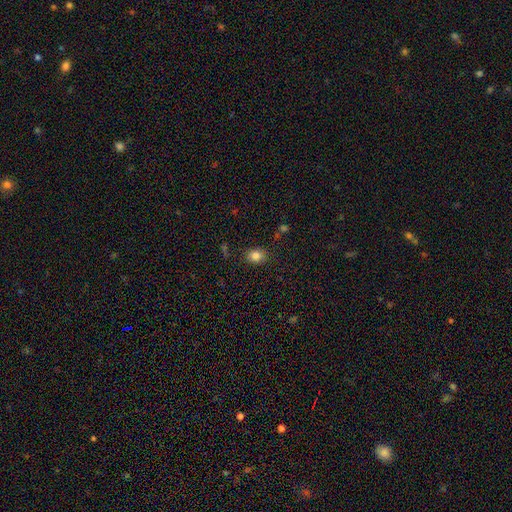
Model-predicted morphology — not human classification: A smooth galaxy with no disk features (83%) that is in between round and cigar-shaped (50%).

Vote fractions:
- Smooth or featured? smooth: 83% / star or artifact: 11% / featured or disk: 6%
- How rounded? in between: 50% / round: 49% / cigar-shaped: 1%
- Merging? none: 84% / minor disturbance: 11% / major disturbance: 3% / merger: 2%